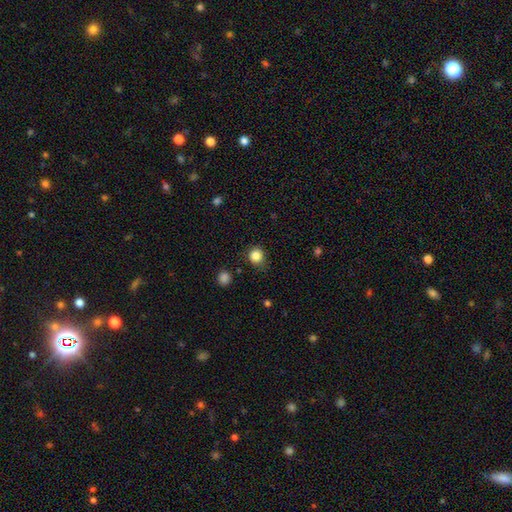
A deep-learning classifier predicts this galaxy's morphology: type=smooth (84%); roundness=round (87%); merging=none (82%).